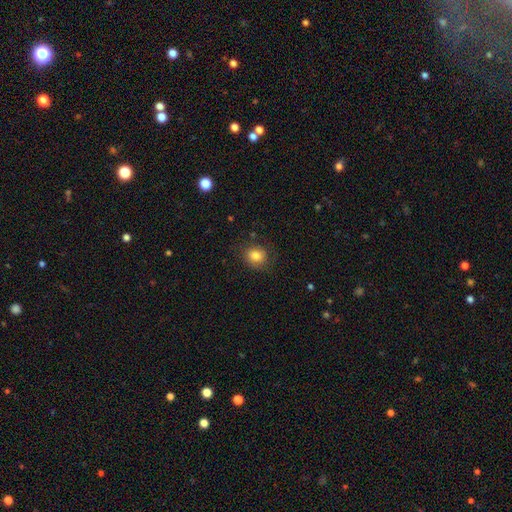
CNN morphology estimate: A smooth galaxy with no disk features (81%) that is round (70%).

Vote fractions:
- Smooth or featured? smooth: 81% / star or artifact: 10% / featured or disk: 9%
- How rounded? round: 70% / in between: 30% / cigar-shaped: 1%
- Merging? none: 79% / minor disturbance: 15% / major disturbance: 5% / merger: 1%